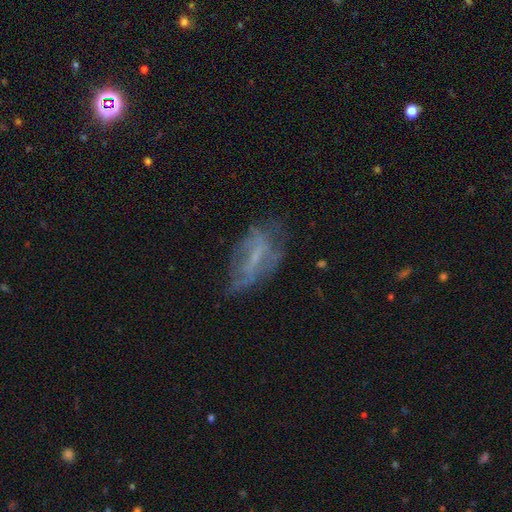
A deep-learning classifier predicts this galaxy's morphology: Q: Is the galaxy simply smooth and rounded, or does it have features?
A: featured or disk — 55%.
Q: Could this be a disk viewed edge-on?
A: no — 87%.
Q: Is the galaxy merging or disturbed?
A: none — 52%.